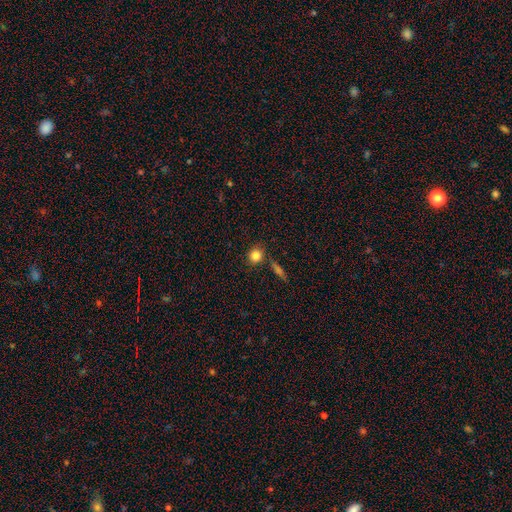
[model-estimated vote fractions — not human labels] smooth-or-featured: smooth: 83% | star or artifact: 10% | featured or disk: 6%
  how-rounded: round: 81% | in between: 17% | cigar-shaped: 2%
  merging: none: 77% | minor disturbance: 11% | merger: 9% | major disturbance: 3%